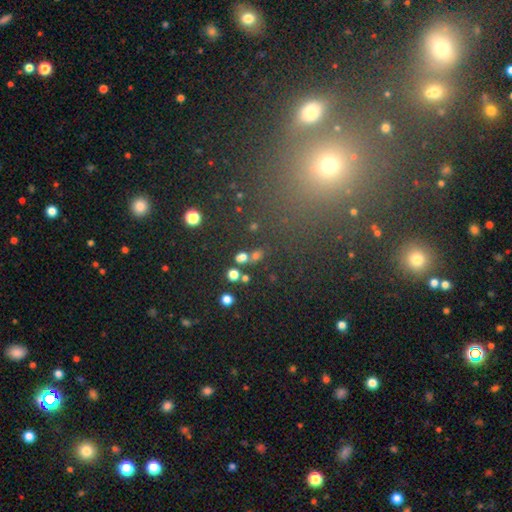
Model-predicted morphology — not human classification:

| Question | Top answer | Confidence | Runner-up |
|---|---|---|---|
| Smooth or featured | star or artifact | 56% | smooth (34%) |